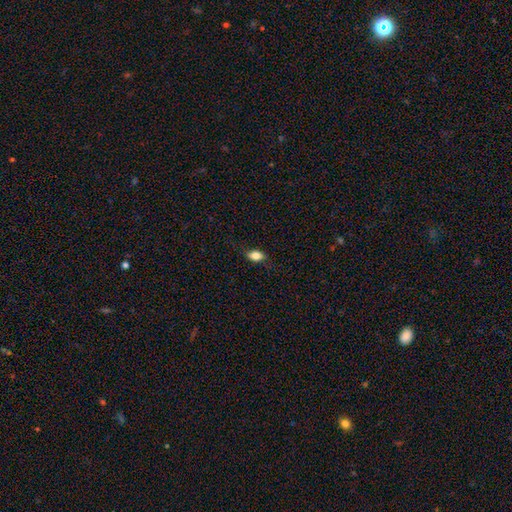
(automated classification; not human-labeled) Smooth or featured?
  - smooth: 81% *
  - featured or disk: 10%
  - star or artifact: 9%
How rounded?
  - in between: 84% *
  - round: 12%
  - cigar-shaped: 4%
Merging?
  - none: 79% *
  - minor disturbance: 16%
  - major disturbance: 4%
  - merger: 1%